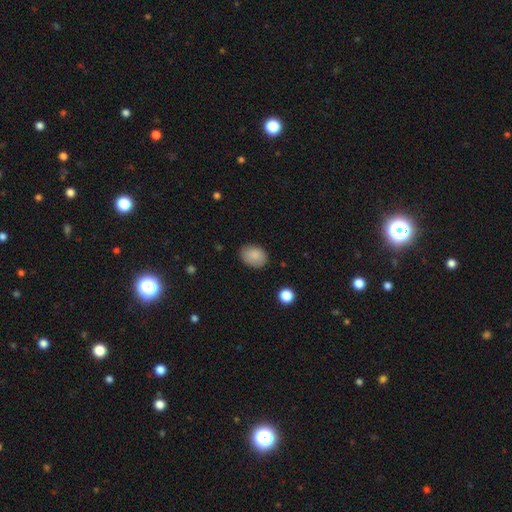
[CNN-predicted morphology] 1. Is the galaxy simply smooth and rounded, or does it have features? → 87% smooth, 8% star or artifact, 5% featured or disk.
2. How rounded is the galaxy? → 72% in between, 27% round, 1% cigar-shaped.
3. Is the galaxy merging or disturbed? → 82% none, 14% minor disturbance, 3% major disturbance, 1% merger.